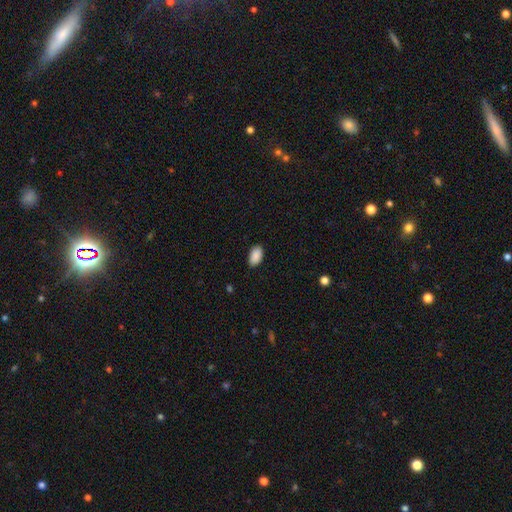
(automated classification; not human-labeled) Morphology: type=smooth (90%); roundness=in between (94%); merging=none (86%).